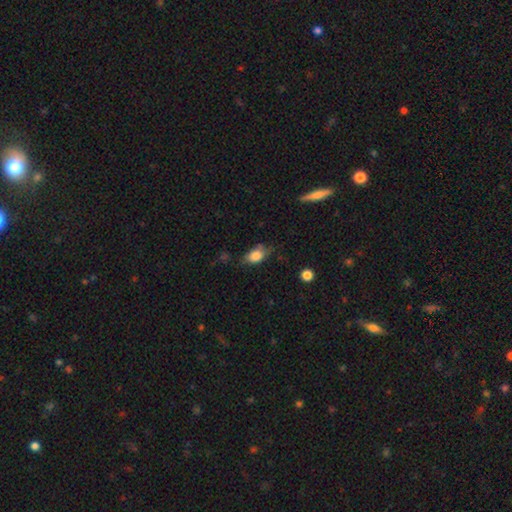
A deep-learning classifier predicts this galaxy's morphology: Smooth or featured?
  - smooth: 80% *
  - featured or disk: 12%
  - star or artifact: 8%
How rounded?
  - in between: 83% *
  - round: 13%
  - cigar-shaped: 4%
Merging?
  - none: 60% *
  - minor disturbance: 29%
  - major disturbance: 8%
  - merger: 3%